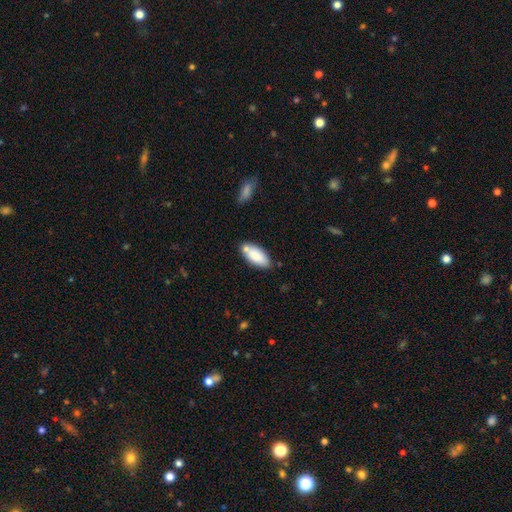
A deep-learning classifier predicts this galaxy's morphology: A smooth galaxy with no disk features (84%) that is in between round and cigar-shaped (85%). Merging: none (67%).